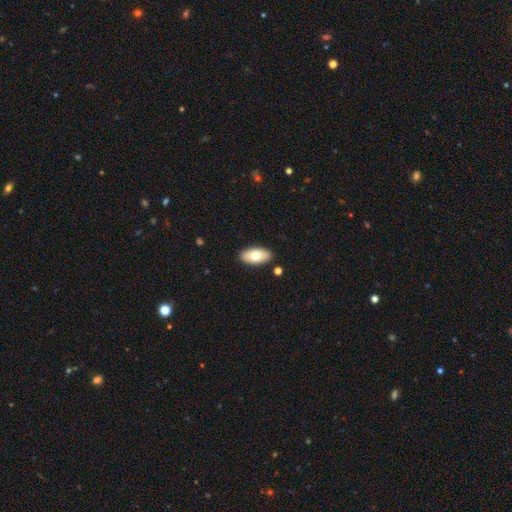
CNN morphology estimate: Smooth or featured? smooth (72%)
How rounded? in between (94%)
Merging? none (89%)